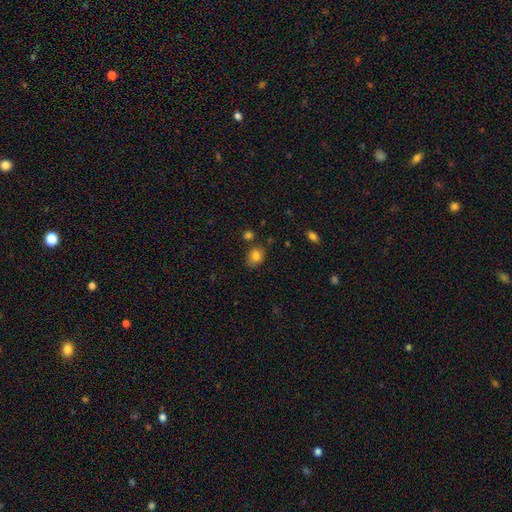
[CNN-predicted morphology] A smooth galaxy with no disk features (82%) that is in between round and cigar-shaped (56%). Merging: none (71%).